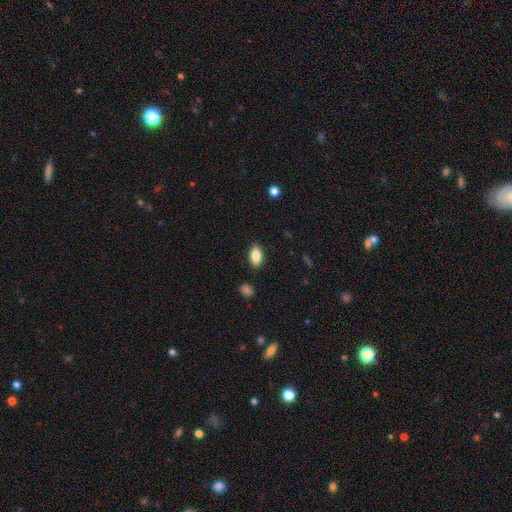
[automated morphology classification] This is clearly a smooth galaxy (83%). How rounded: clearly in between (90%). Merging: clearly none (88%).